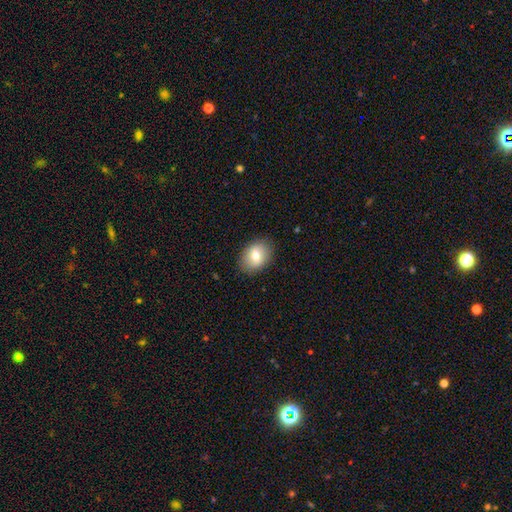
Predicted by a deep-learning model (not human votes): A smooth galaxy with no disk features (74%) that is in between round and cigar-shaped (70%).

Vote fractions:
- Smooth or featured? smooth: 74% / featured or disk: 18% / star or artifact: 8%
- How rounded? in between: 70% / round: 29% / cigar-shaped: 1%
- Merging? none: 87% / minor disturbance: 10% / major disturbance: 3% / merger: 1%